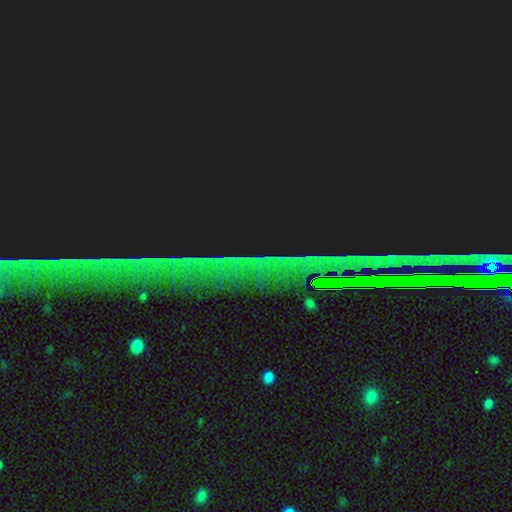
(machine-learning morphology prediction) type=star or artifact (84%).